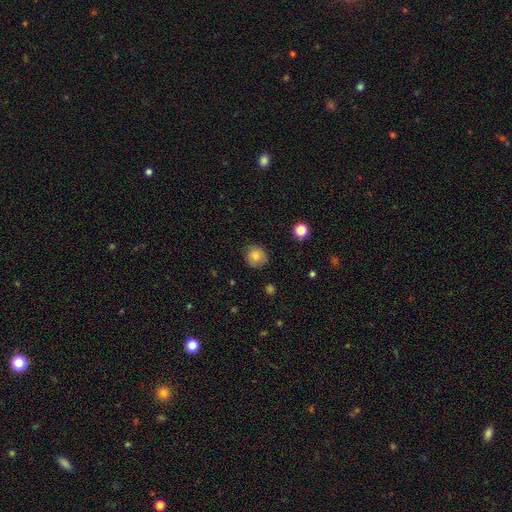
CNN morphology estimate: The model was most divided on "merging": none: 77%, minor disturbance: 18%, major disturbance: 4%, merger: 1%. More confident: how rounded — round (86%); smooth or featured — smooth (80%).